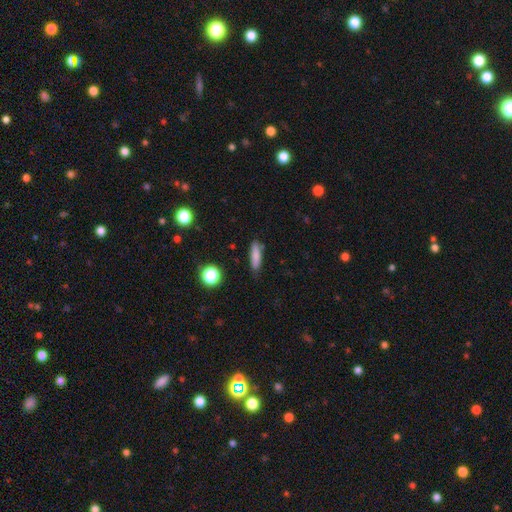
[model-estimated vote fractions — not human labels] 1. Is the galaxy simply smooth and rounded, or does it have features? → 81% smooth, 10% featured or disk, 9% star or artifact.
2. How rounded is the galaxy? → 68% cigar-shaped, 29% in between, 3% round.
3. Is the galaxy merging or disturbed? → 80% none, 14% minor disturbance, 3% major disturbance, 3% merger.